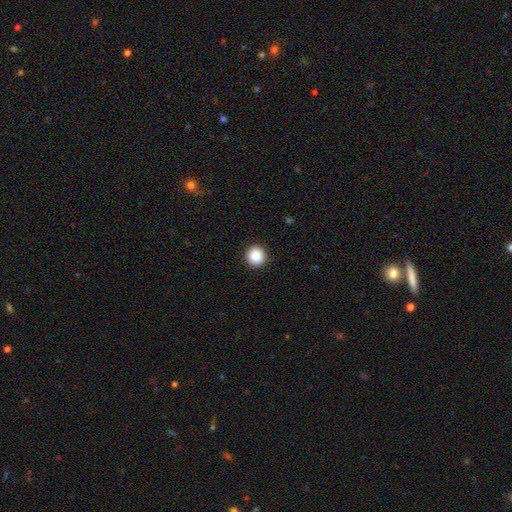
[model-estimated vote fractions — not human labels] Smooth or featured? smooth (88%)
How rounded? round (95%)
Merging? none (93%)